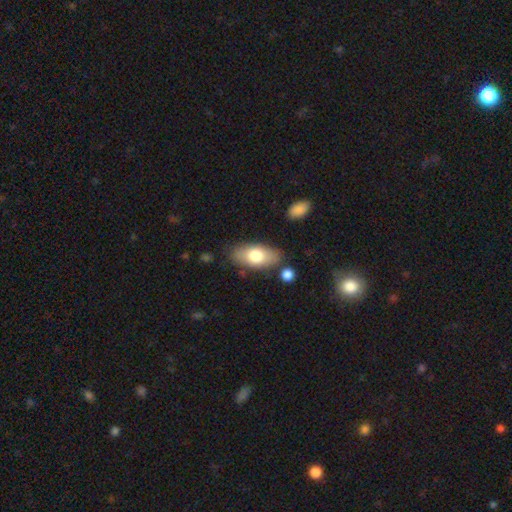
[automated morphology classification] Smooth or featured?
  - smooth: 74% *
  - featured or disk: 20%
  - star or artifact: 6%
How rounded?
  - in between: 90% *
  - cigar-shaped: 7%
  - round: 4%
Merging?
  - none: 79% *
  - minor disturbance: 13%
  - merger: 4%
  - major disturbance: 4%